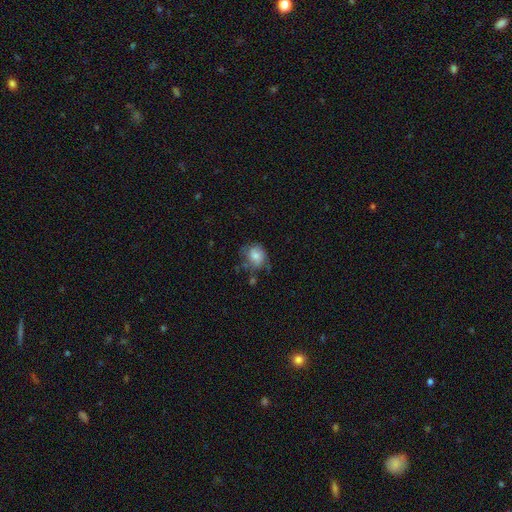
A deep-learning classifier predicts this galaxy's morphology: A smooth galaxy with no disk features (64%) that is round (63%). Merging: none (50%).